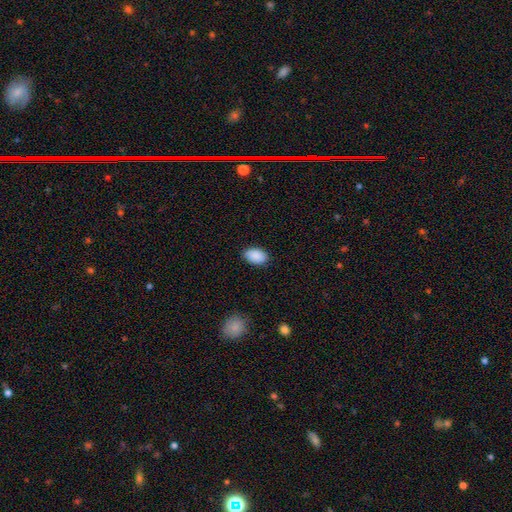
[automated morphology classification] A smooth galaxy with no disk features (90%) that is in between round and cigar-shaped (88%).

Vote fractions:
- Smooth or featured? smooth: 90% / star or artifact: 7% / featured or disk: 3%
- How rounded? in between: 88% / round: 11% / cigar-shaped: 1%
- Merging? none: 85% / minor disturbance: 11% / major disturbance: 2% / merger: 1%